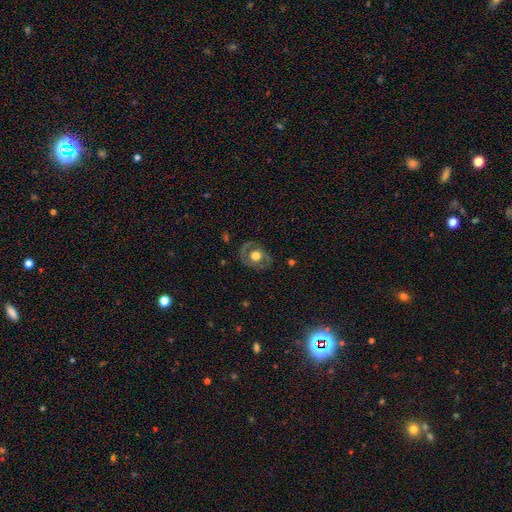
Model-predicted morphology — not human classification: featured or disk 58%, smooth 35%, star or artifact 7%. Down the decision tree: edge-on disk — no (95%); bar — no (82%); spiral arms — no (55%); bulge size — large (47%); merging — none (75%).